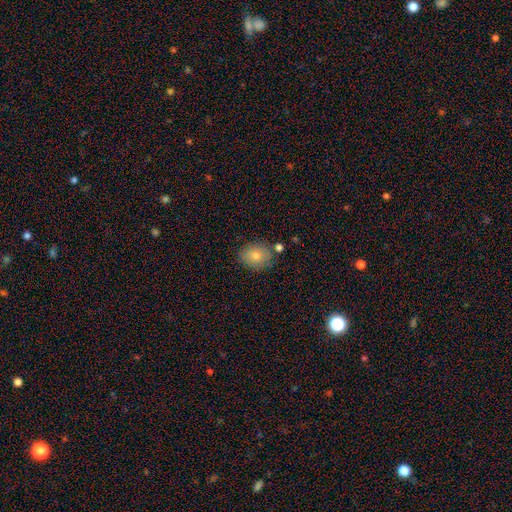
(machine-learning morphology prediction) smooth 81%, featured or disk 11%, star or artifact 8%. Down the decision tree: how rounded — in between (53%); merging — none (75%).